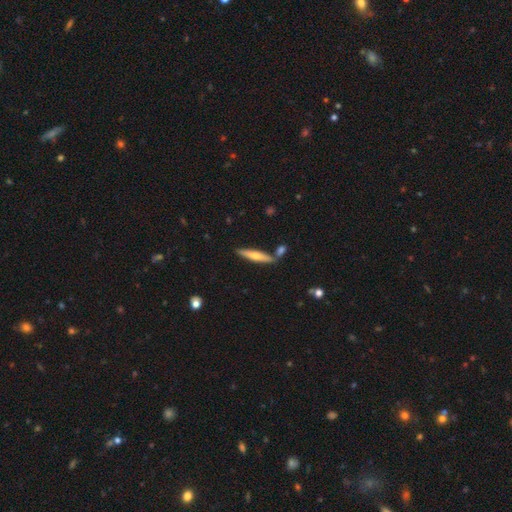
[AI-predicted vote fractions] Morphology: type=smooth (52%); roundness=cigar-shaped (88%); merging=none (78%).